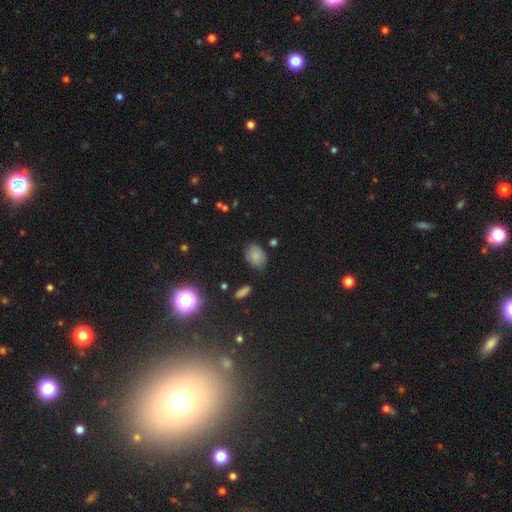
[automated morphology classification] smooth_or_featured: smooth (p=0.80) [alt: star or artifact p=0.12]
how_rounded: in between (p=0.76) [alt: round p=0.23]
merging: none (p=0.72) [alt: minor disturbance p=0.21]